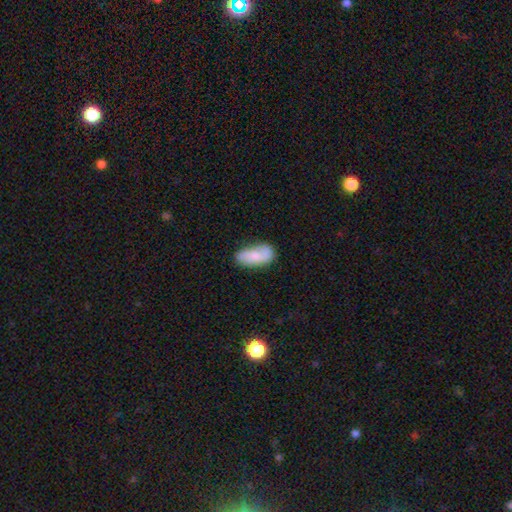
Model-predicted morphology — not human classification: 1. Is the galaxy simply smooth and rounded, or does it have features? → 66% smooth, 27% featured or disk, 7% star or artifact.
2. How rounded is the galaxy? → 90% in between, 7% cigar-shaped, 3% round.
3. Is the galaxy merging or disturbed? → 57% none, 29% minor disturbance, 9% major disturbance, 5% merger.